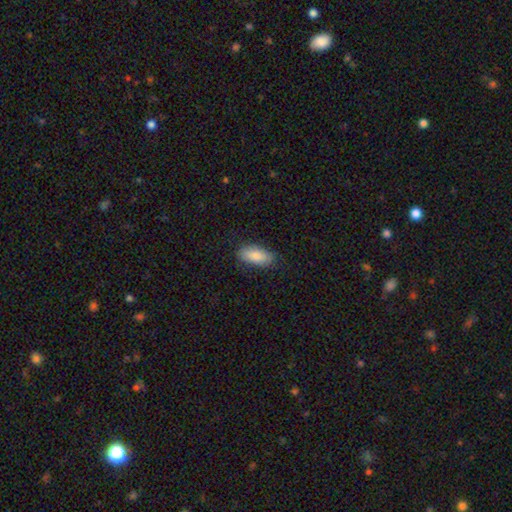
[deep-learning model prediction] Overall: smooth (87%). How rounded: in between (89%). Merging: none (81%).